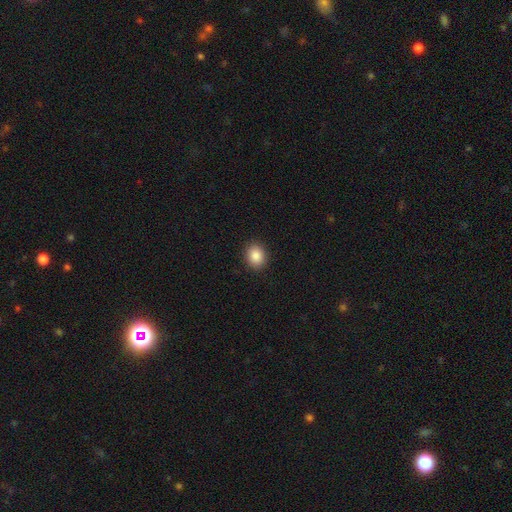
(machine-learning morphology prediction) smooth 87%, star or artifact 9%, featured or disk 5%. Down the decision tree: how rounded — round (55%); merging — none (91%).